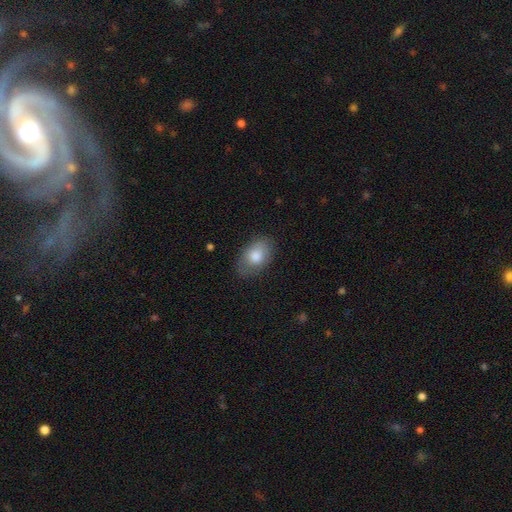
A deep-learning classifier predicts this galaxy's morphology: The model was most divided on "merging": none: 76%, minor disturbance: 18%, major disturbance: 5%, merger: 1%. More confident: how rounded — in between (89%); smooth or featured — smooth (79%).